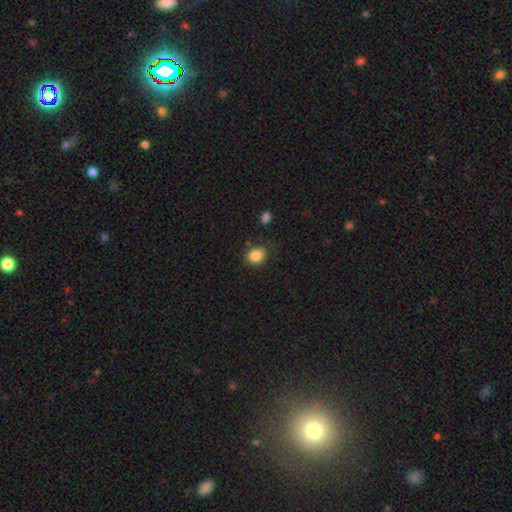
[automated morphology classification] smooth-or-featured: smooth: 85% | star or artifact: 10% | featured or disk: 5%
  how-rounded: round: 73% | in between: 26% | cigar-shaped: 1%
  merging: none: 74% | minor disturbance: 18% | major disturbance: 5% | merger: 3%